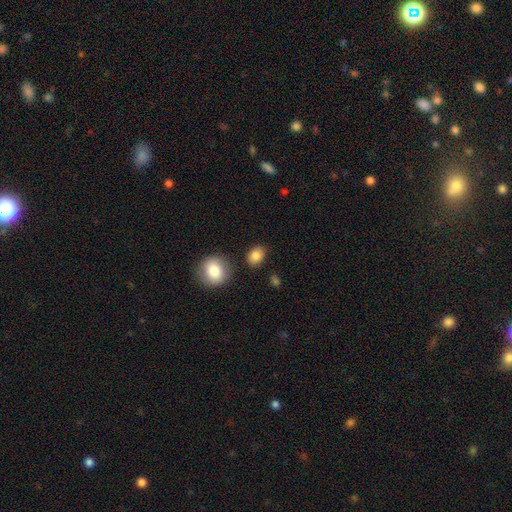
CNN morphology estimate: Smooth or featured: smooth — 86% (star or artifact — 9%)
How rounded: in between — 59% (round — 39%)
Merging: none — 81% (minor disturbance — 12%)